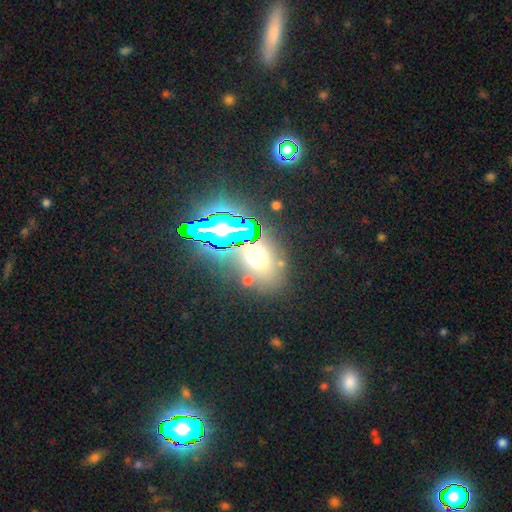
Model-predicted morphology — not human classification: This is possibly a smooth galaxy (50%). How rounded: possibly in between (57%). Merging: likely none (72%).